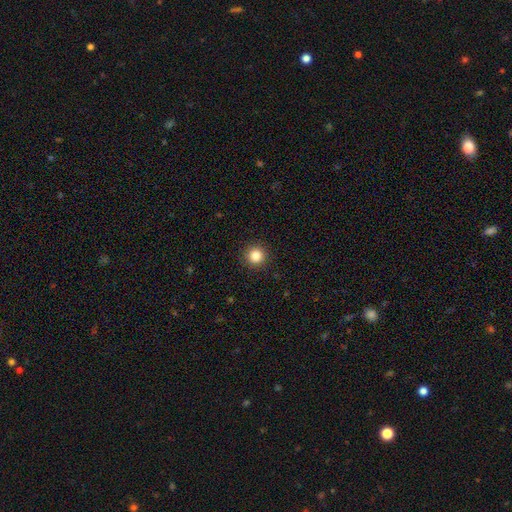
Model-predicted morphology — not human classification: The model was most divided on "smooth or featured": smooth: 84%, star or artifact: 11%, featured or disk: 5%. More confident: how rounded — round (95%); merging — none (92%).